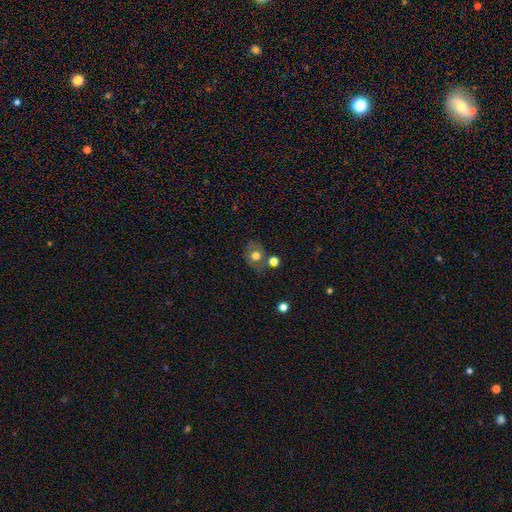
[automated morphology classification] type=smooth (62%); roundness=round (66%); merging=none (57%).